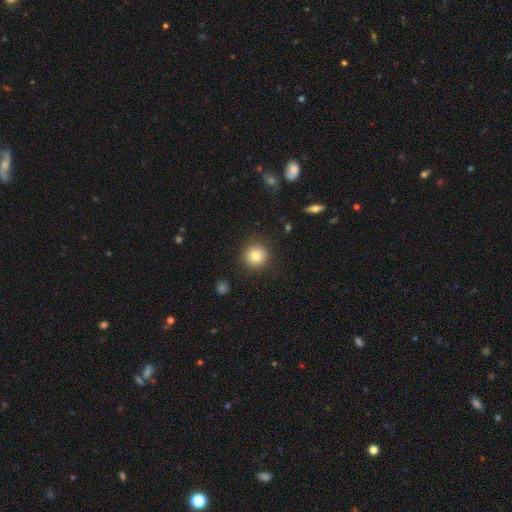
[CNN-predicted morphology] Overall: smooth (83%). How rounded: round (93%). Merging: none (89%).